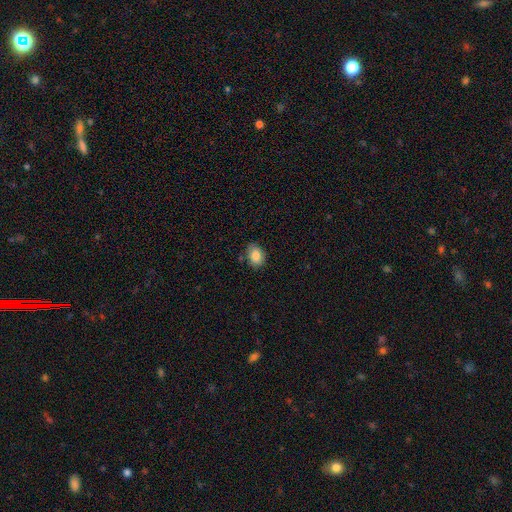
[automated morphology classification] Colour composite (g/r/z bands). It shows a smooth galaxy with no disk features (87%) that is in between round and cigar-shaped (74%). Merging: none (77%).